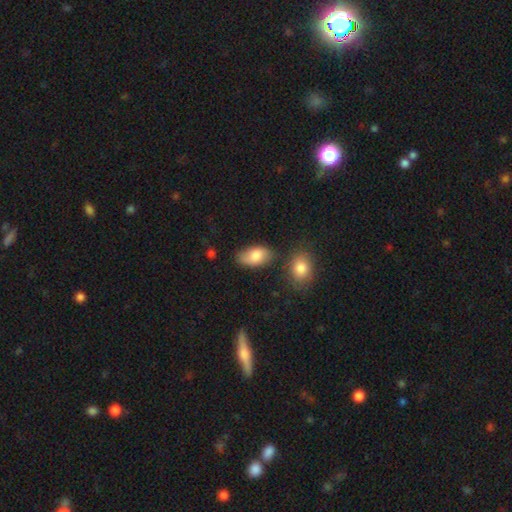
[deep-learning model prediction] A smooth galaxy with no disk features (79%) that is in between round and cigar-shaped (93%).

Vote fractions:
- Smooth or featured? smooth: 79% / featured or disk: 14% / star or artifact: 7%
- How rounded? in between: 93% / round: 5% / cigar-shaped: 2%
- Merging? none: 68% / minor disturbance: 21% / merger: 6% / major disturbance: 5%